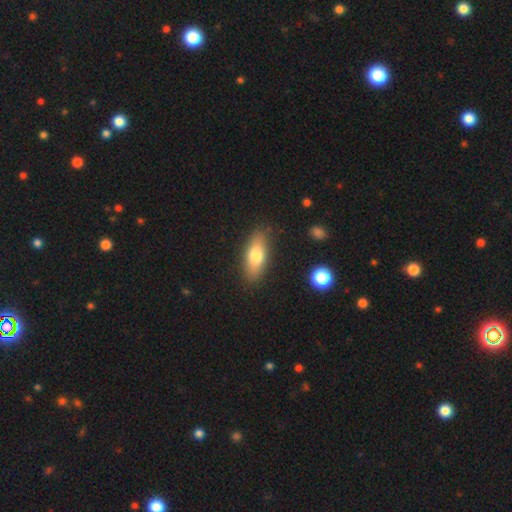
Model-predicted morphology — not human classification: Smooth or featured? smooth (71%)
How rounded? in between (72%)
Merging? none (84%)